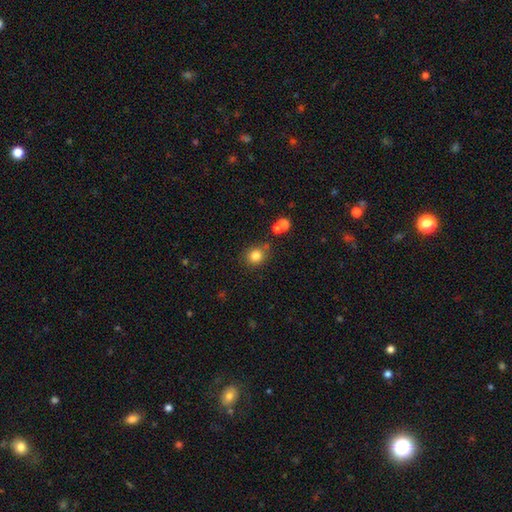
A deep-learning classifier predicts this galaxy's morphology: The model was most divided on "how rounded": round: 83%, in between: 17%, cigar-shaped: 1%. More confident: smooth or featured — smooth (82%); merging — none (77%).